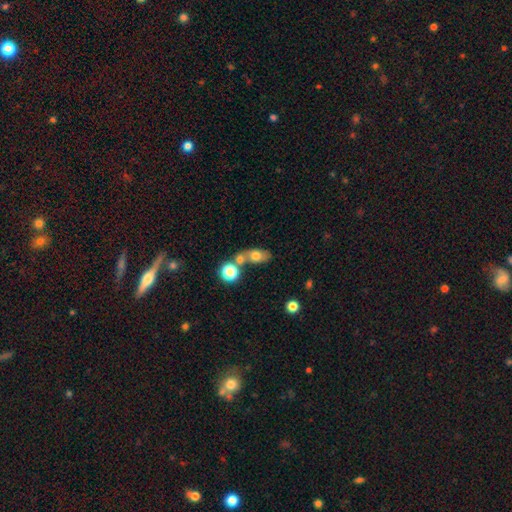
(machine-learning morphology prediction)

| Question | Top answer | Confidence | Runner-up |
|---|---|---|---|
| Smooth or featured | smooth | 68% | featured or disk (20%) |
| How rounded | in between | 69% | round (24%) |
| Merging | none | 49% | merger (32%) |